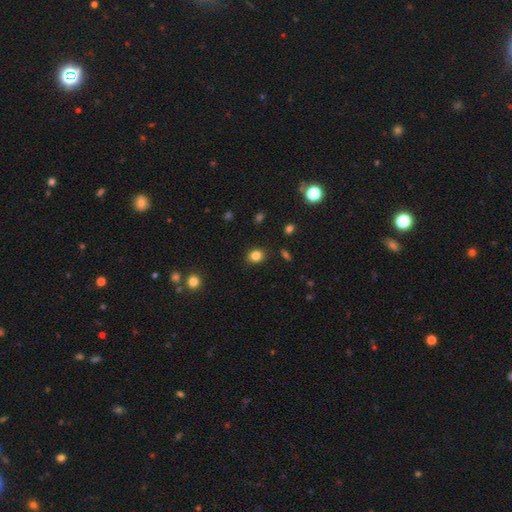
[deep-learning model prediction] This is clearly a smooth galaxy (84%). How rounded: likely round (64%). Merging: clearly none (88%).